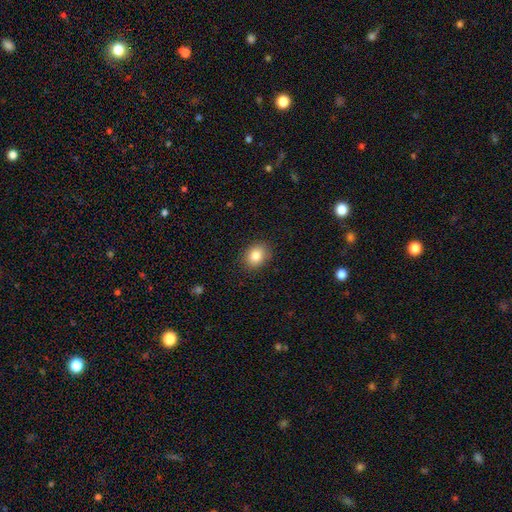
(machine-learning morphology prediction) Smooth or featured? smooth (84%)
How rounded? in between (56%)
Merging? none (87%)